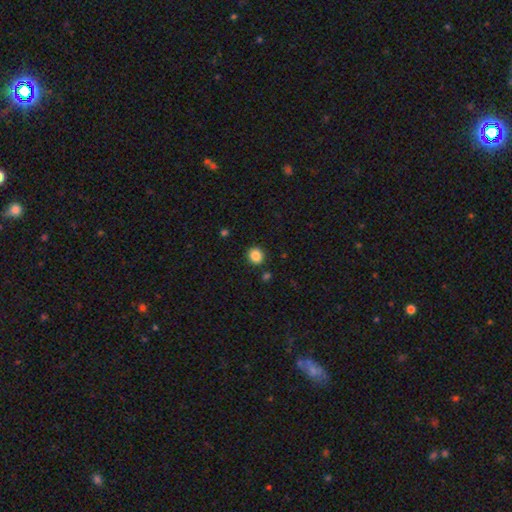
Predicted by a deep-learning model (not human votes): smooth 87%, star or artifact 10%, featured or disk 3%. Down the decision tree: how rounded — round (81%); merging — none (88%).